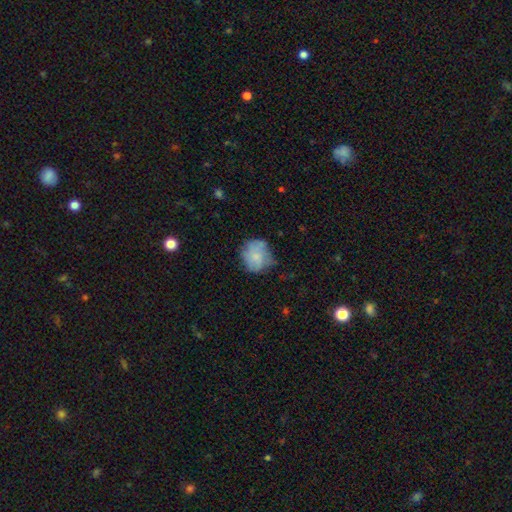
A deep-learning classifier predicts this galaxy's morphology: A smooth galaxy with no disk features (67%) that is round (72%).

Vote fractions:
- Smooth or featured? smooth: 67% / featured or disk: 25% / star or artifact: 8%
- How rounded? round: 72% / in between: 27% / cigar-shaped: 1%
- Merging? none: 52% / minor disturbance: 32% / major disturbance: 13% / merger: 3%